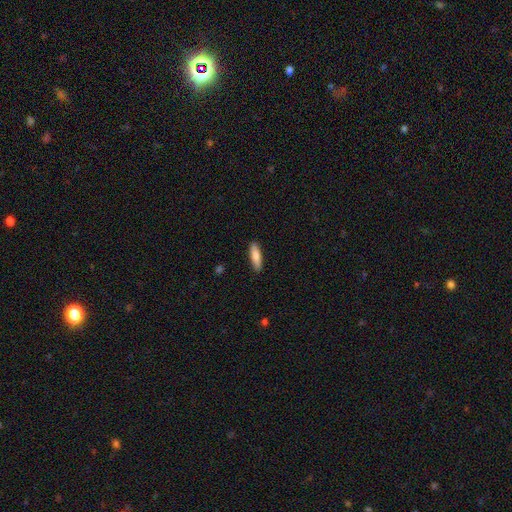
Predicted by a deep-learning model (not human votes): smooth 81%, featured or disk 14%, star or artifact 6%. Down the decision tree: how rounded — cigar-shaped (66%); merging — none (89%).